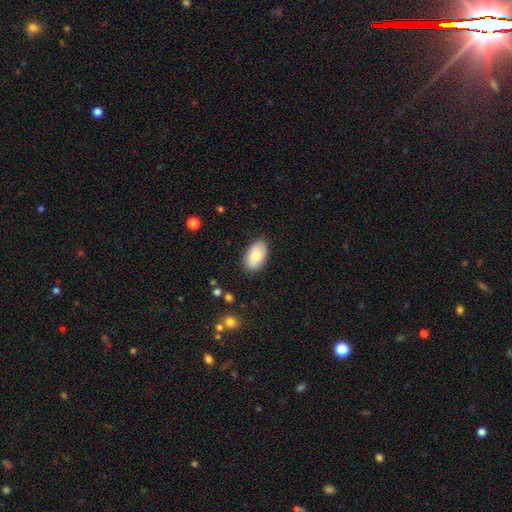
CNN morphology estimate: A smooth galaxy with no disk features (81%) that is in between round and cigar-shaped (94%). Merging: none (84%).